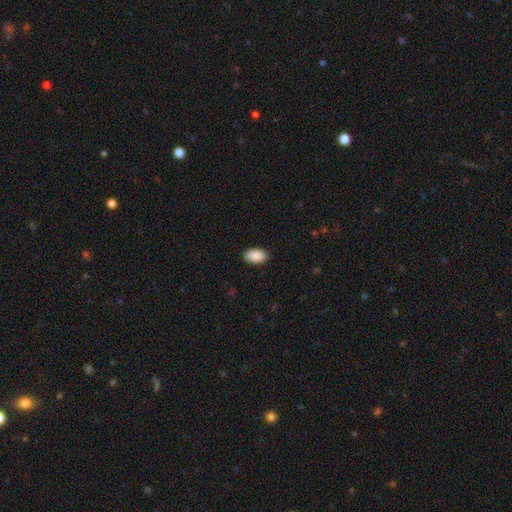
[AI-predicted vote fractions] Smooth or featured?
  - smooth: 91% *
  - star or artifact: 7%
  - featured or disk: 3%
How rounded?
  - in between: 94% *
  - round: 5%
  - cigar-shaped: 1%
Merging?
  - none: 88% *
  - minor disturbance: 9%
  - major disturbance: 2%
  - merger: 1%